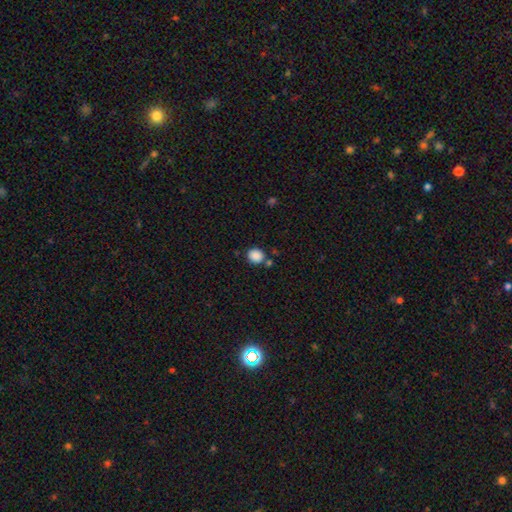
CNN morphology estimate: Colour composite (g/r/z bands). It shows a smooth galaxy with no disk features (87%) that is round (76%). Merging: none (76%).